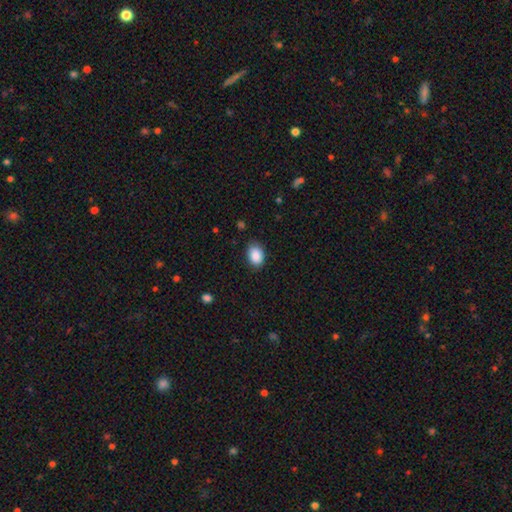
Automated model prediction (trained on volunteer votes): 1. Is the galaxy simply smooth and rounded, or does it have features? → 89% smooth, 8% star or artifact, 4% featured or disk.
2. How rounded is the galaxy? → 81% in between, 18% round, 1% cigar-shaped.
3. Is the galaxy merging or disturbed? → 83% none, 13% minor disturbance, 3% major disturbance, 1% merger.